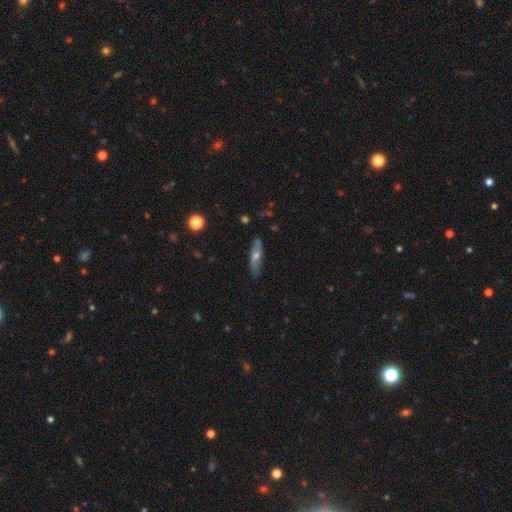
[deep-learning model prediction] The model was most divided on "smooth or featured": featured or disk: 54%, smooth: 38%, star or artifact: 9%. More confident: merging — none (81%); edge-on disk — yes (60%).